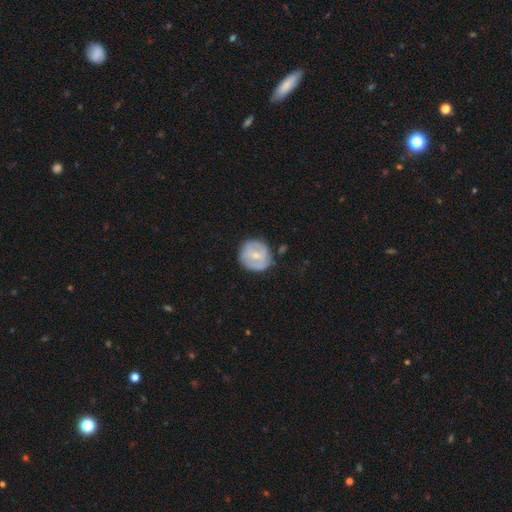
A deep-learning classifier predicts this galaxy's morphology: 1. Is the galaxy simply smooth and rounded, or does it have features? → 47% featured or disk (tied), 47% smooth (tied), 6% star or artifact.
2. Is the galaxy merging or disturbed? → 72% none, 20% minor disturbance, 6% major disturbance, 2% merger.